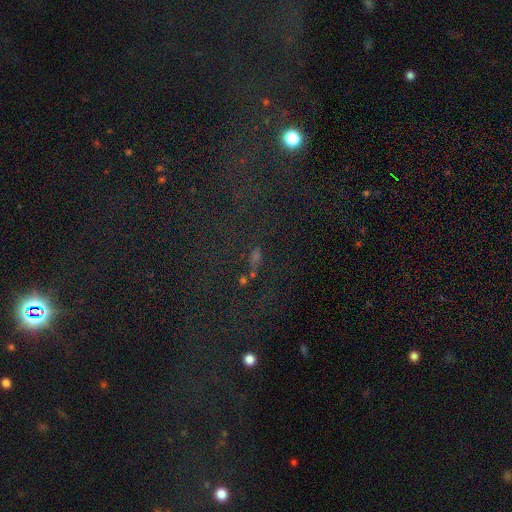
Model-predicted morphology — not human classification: smooth-or-featured: star or artifact: 53% | smooth: 34% | featured or disk: 13%